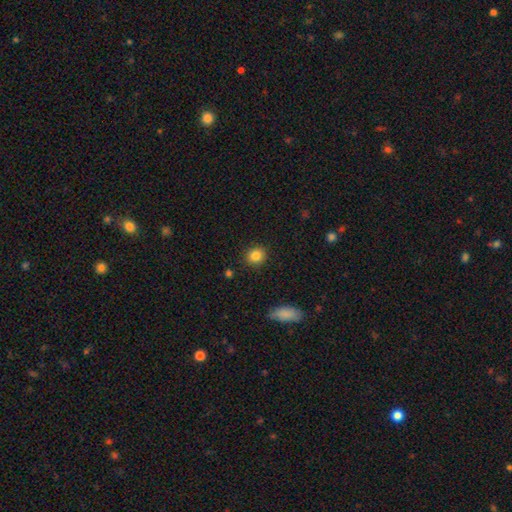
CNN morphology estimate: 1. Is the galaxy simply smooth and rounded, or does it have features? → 85% smooth, 10% star or artifact, 5% featured or disk.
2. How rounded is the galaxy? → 79% round, 19% in between, 1% cigar-shaped.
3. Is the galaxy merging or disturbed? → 89% none, 8% minor disturbance, 2% major disturbance, 1% merger.